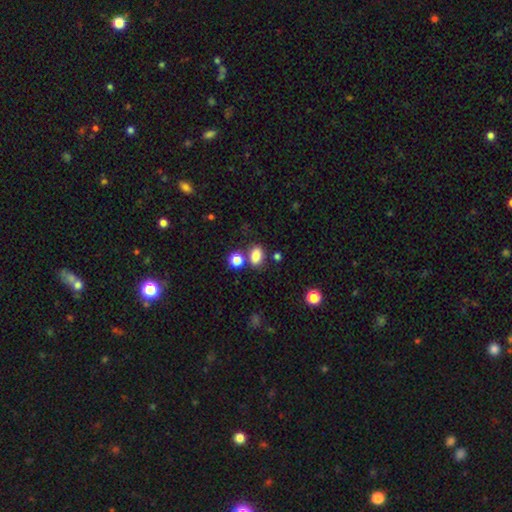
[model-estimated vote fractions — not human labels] Smooth or featured? Predicted: smooth (p=0.83). How rounded? Predicted: in between (p=0.76). Merging? Predicted: none (p=0.68).